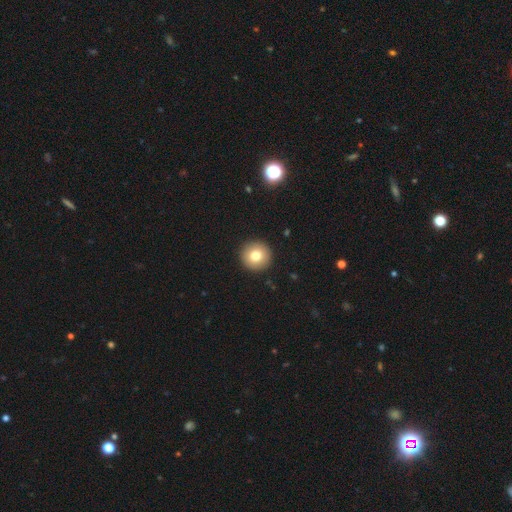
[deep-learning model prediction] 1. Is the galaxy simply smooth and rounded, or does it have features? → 78% smooth, 13% featured or disk, 10% star or artifact.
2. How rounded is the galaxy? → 96% round, 3% in between, 1% cigar-shaped.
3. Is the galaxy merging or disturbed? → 93% none, 4% minor disturbance, 2% major disturbance, 1% merger.